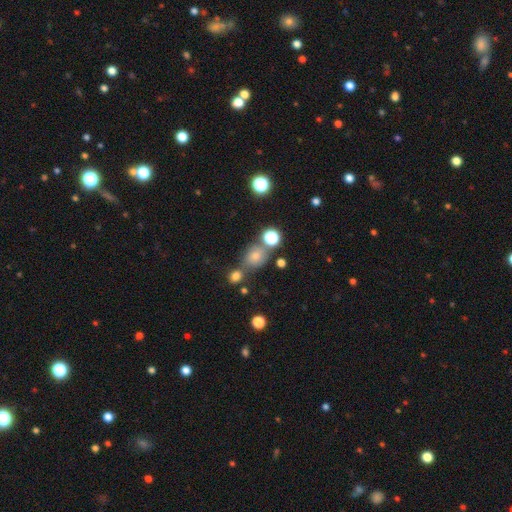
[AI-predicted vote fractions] smooth-or-featured: smooth: 69% | star or artifact: 19% | featured or disk: 11%
  how-rounded: round: 65% | in between: 33% | cigar-shaped: 1%
  merging: none: 59% | merger: 22% | minor disturbance: 14% | major disturbance: 6%